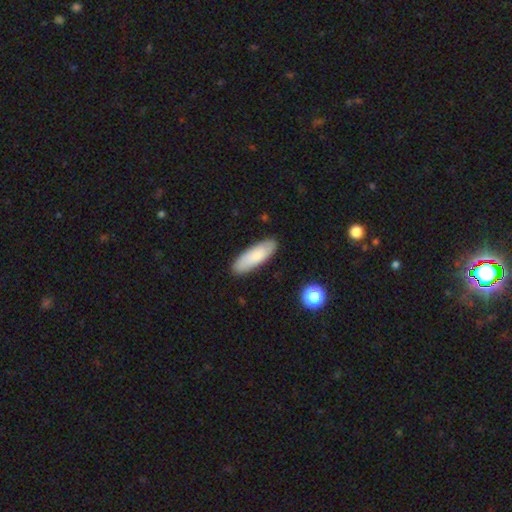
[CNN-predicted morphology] Smooth or featured?
  - smooth: 80% *
  - featured or disk: 13%
  - star or artifact: 6%
How rounded?
  - in between: 52% *
  - cigar-shaped: 46%
  - round: 2%
Merging?
  - none: 87% *
  - minor disturbance: 10%
  - major disturbance: 2%
  - merger: 1%